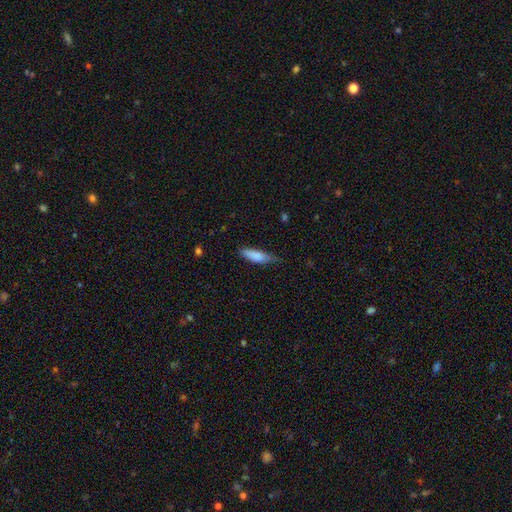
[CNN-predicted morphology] Smooth or featured? smooth (81%)
How rounded? cigar-shaped (54%)
Merging? none (57%)